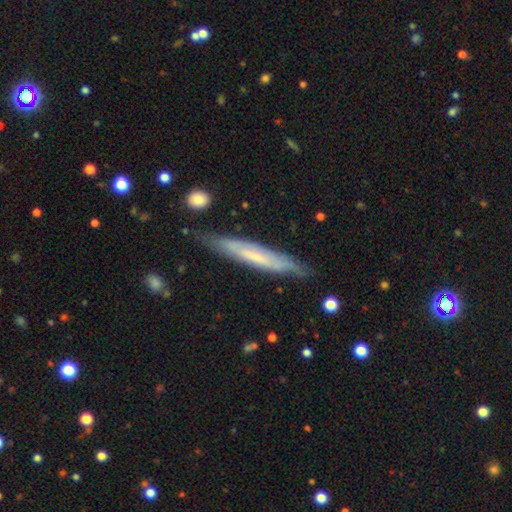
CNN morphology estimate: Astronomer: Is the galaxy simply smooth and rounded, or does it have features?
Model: featured or disk — 52% (runner-up: smooth, 41%).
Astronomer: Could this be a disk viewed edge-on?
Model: yes — 80%.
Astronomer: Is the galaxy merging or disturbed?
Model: none — 81%.